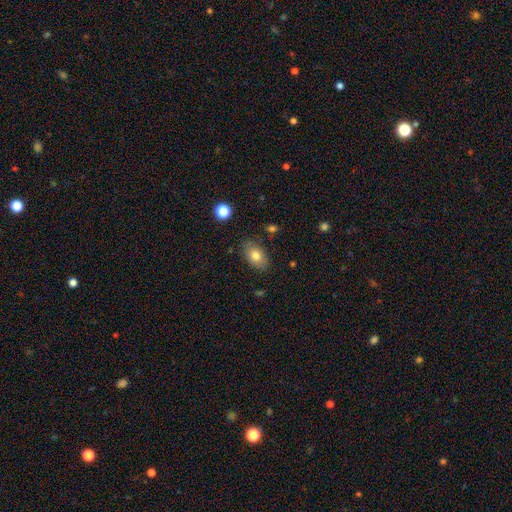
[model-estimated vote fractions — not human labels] Overall: smooth (78%). How rounded: in between (88%). Merging: none (82%).